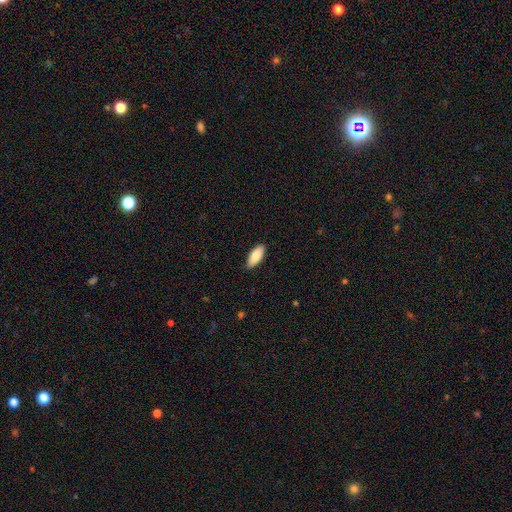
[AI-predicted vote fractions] The model was most divided on "how rounded": in between: 83%, cigar-shaped: 15%, round: 2%. More confident: merging — none (86%); smooth or featured — smooth (84%).